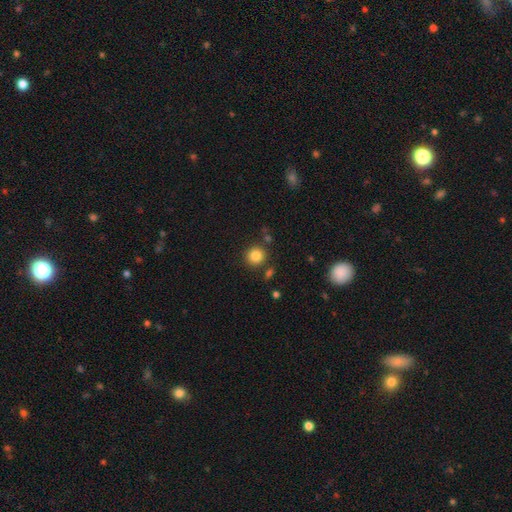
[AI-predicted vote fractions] The model was most divided on "smooth or featured": smooth: 84%, star or artifact: 11%, featured or disk: 5%. More confident: how rounded — round (92%); merging — none (83%).